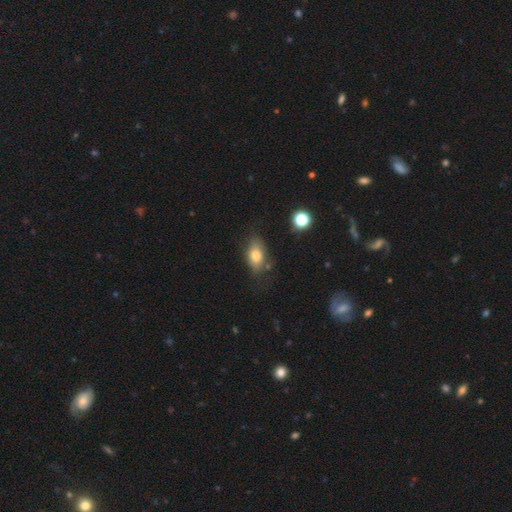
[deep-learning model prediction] smooth 77%, featured or disk 14%, star or artifact 9%. Down the decision tree: how rounded — in between (86%); merging — none (71%).